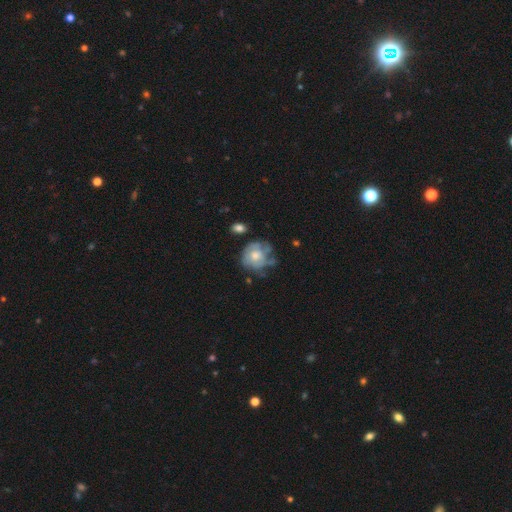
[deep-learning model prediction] featured or disk 50%, smooth 42%, star or artifact 8%. Down the decision tree: merging — none (48%).